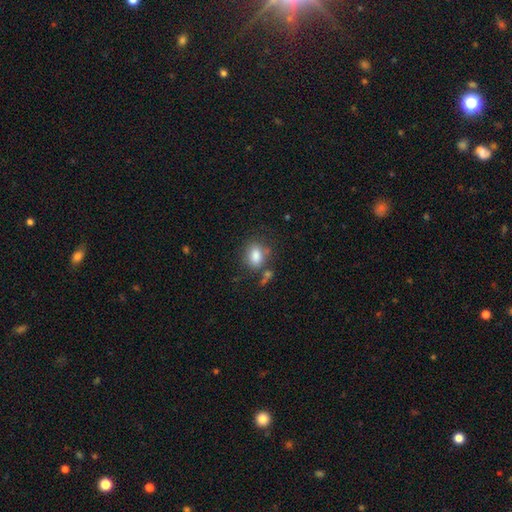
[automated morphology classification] Smooth or featured? smooth (83%)
How rounded? in between (66%)
Merging? none (64%)